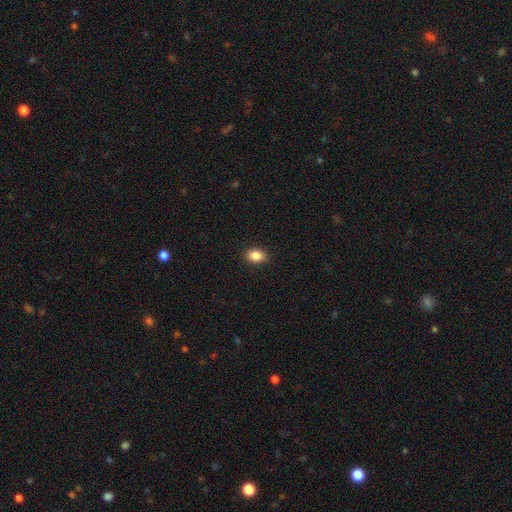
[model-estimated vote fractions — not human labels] Smooth or featured?
  - smooth: 87% *
  - star or artifact: 9%
  - featured or disk: 4%
How rounded?
  - in between: 80% *
  - round: 19%
  - cigar-shaped: 1%
Merging?
  - none: 90% *
  - minor disturbance: 7%
  - major disturbance: 2%
  - merger: 1%